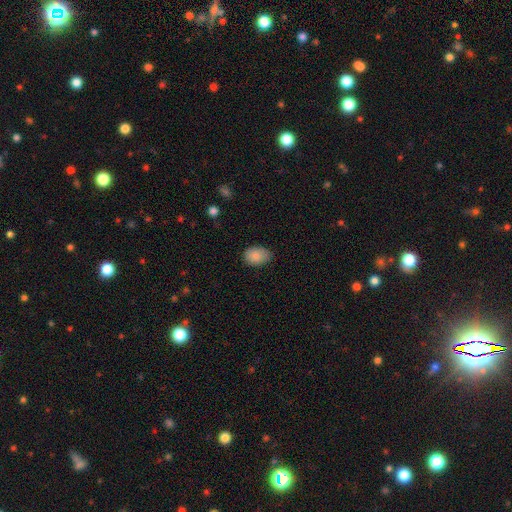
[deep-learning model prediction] A smooth galaxy with no disk features (87%) that is in between round and cigar-shaped (81%). Merging: none (74%).